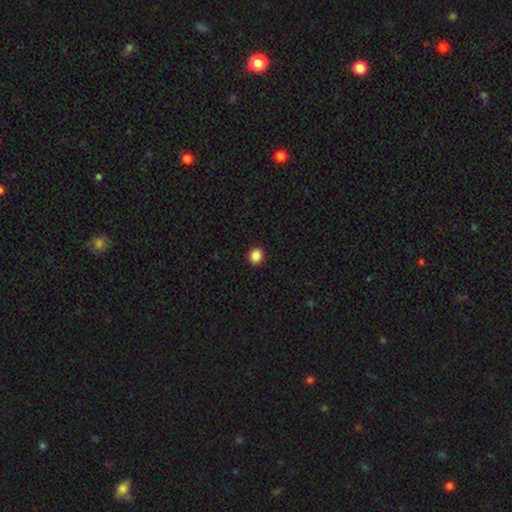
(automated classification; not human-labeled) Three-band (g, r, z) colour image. It shows a smooth galaxy with no disk features (87%) that is round (87%). Merging: none (93%).